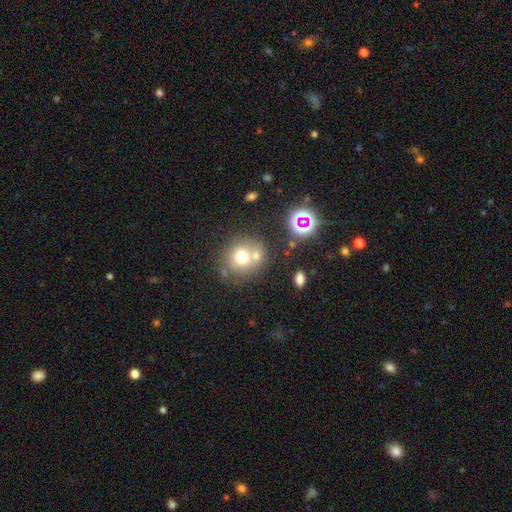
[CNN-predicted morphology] A smooth galaxy with no disk features (68%) that is round (83%). Merging: none (53%).